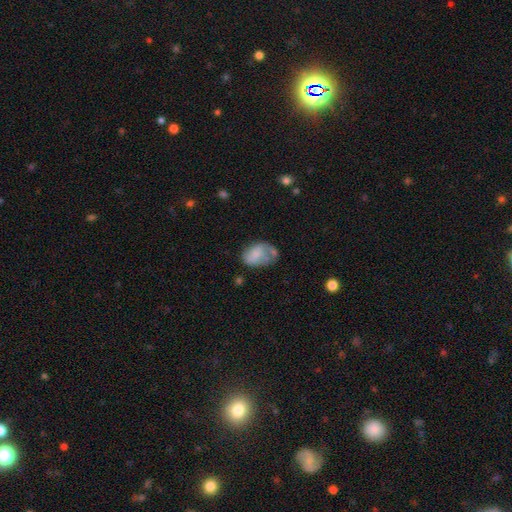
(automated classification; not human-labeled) This is likely a smooth galaxy (65%). How rounded: clearly in between (83%). Merging: marginally none (35%).